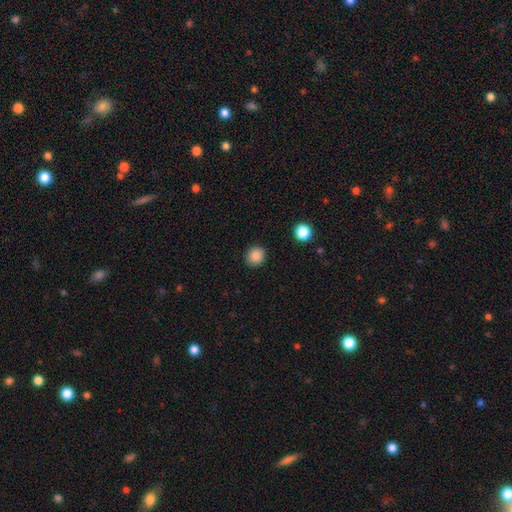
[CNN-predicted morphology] type=smooth (87%); roundness=round (85%); merging=none (91%).